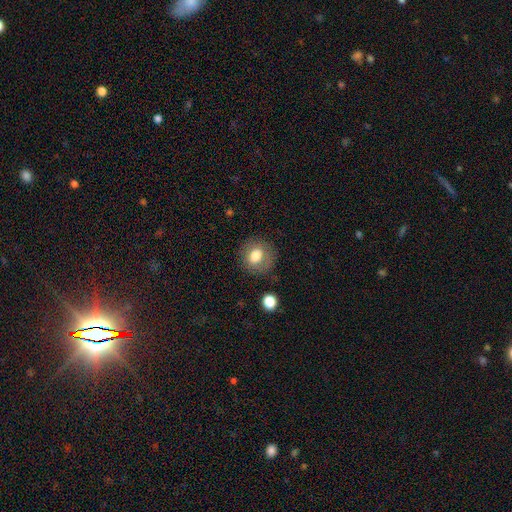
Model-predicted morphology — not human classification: Smooth or featured?
  - smooth: 76% *
  - featured or disk: 15%
  - star or artifact: 9%
How rounded?
  - round: 73% *
  - in between: 26%
  - cigar-shaped: 1%
Merging?
  - none: 79% *
  - minor disturbance: 14%
  - major disturbance: 5%
  - merger: 2%